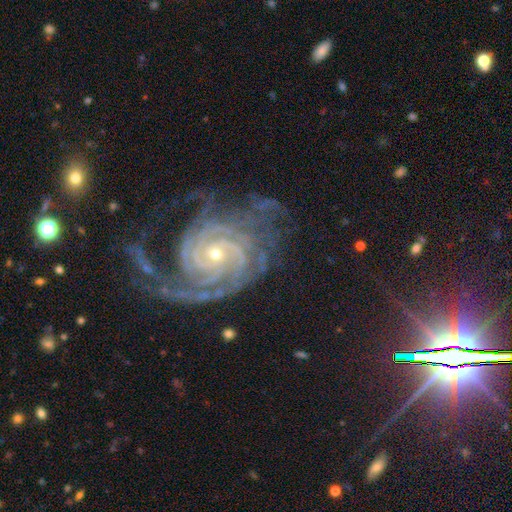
Q: Smooth or featured?
A: featured or disk (90%); runner-up: star or artifact (8%)
Q: Edge-on disk?
A: no (92%); runner-up: yes (8%)
Q: Bar?
A: no (91%); runner-up: strong (6%)
Q: Spiral arms?
A: yes (97%); runner-up: no (3%)
Q: Spiral winding?
A: tight (78%); runner-up: medium (19%)
Q: Spiral arm count?
A: 3 (44%); runner-up: more than 4 (19%)
Q: Bulge size?
A: small (85%); runner-up: moderate (15%)
Q: Merging?
A: major disturbance (51%); runner-up: none (35%)